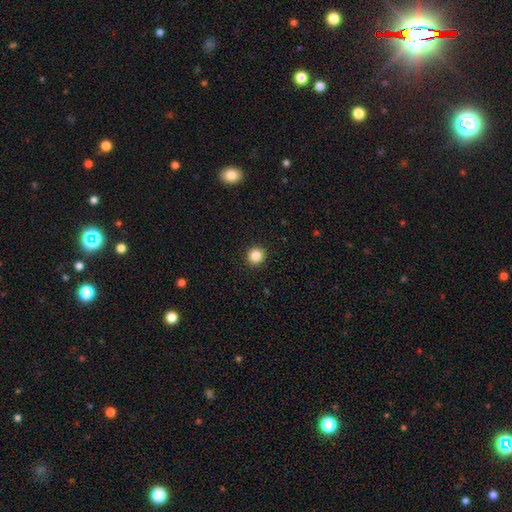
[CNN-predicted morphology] smooth-or-featured: smooth: 86% | star or artifact: 10% | featured or disk: 4%
  how-rounded: round: 94% | in between: 5% | cigar-shaped: 1%
  merging: none: 93% | minor disturbance: 5% | major disturbance: 2% | merger: 1%